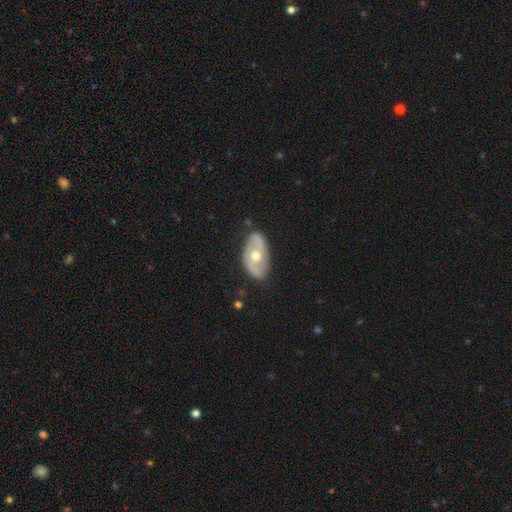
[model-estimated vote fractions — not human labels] The model was most divided on "spiral arms" (2-way tie): yes: 50%, no: 50%. More confident: edge-on disk — no (89%); merging — none (79%); bar — no (77%); bulge size — moderate (75%); smooth or featured — featured or disk (63%).